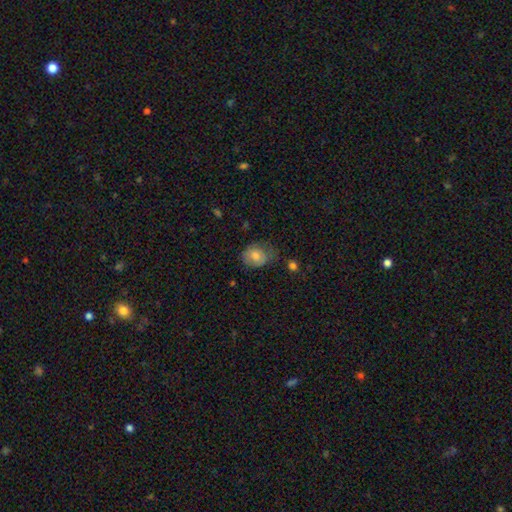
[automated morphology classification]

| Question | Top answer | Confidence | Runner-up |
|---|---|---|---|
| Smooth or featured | smooth | 70% | featured or disk (21%) |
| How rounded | round | 52% | in between (47%) |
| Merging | none | 57% | minor disturbance (30%) |